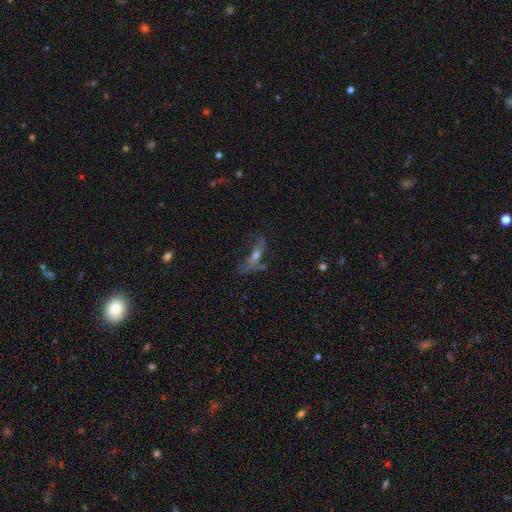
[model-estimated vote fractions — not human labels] featured or disk 55%, smooth 31%, star or artifact 14%. Down the decision tree: edge-on disk — no (60%); merging — none (41%).